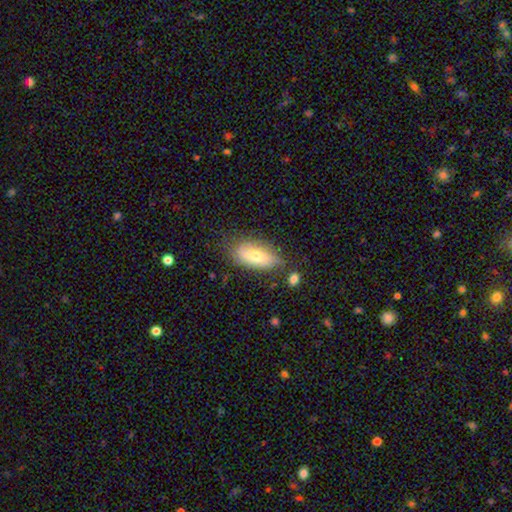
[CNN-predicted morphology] type=smooth (66%); roundness=in between (87%); merging=none (69%).